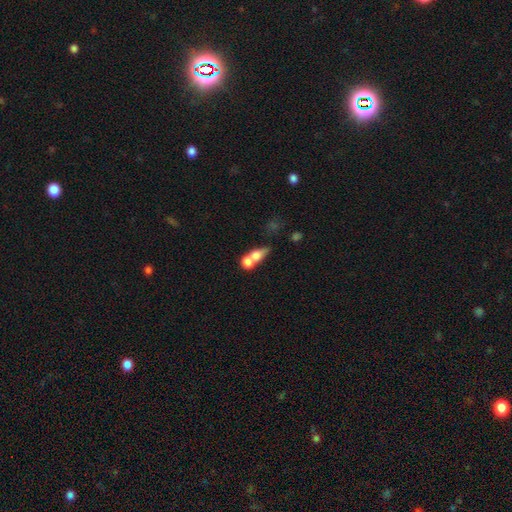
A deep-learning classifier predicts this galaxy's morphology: Overall: smooth (66%). How rounded: in between (47%; round 43%). Merging: merger (71%).